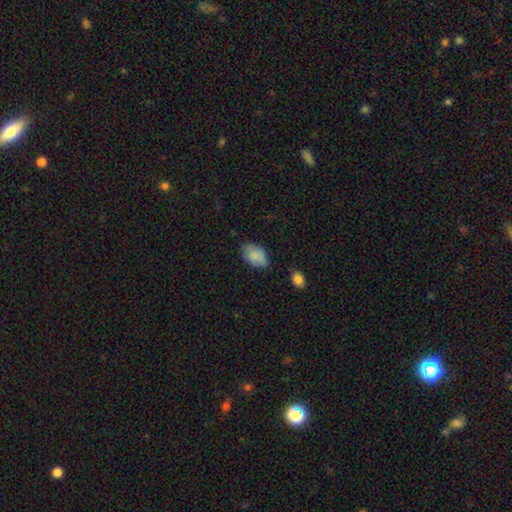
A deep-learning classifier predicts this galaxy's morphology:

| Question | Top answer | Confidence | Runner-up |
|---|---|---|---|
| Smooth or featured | smooth | 86% | featured or disk (7%) |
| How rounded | in between | 91% | round (7%) |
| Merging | none | 75% | minor disturbance (19%) |